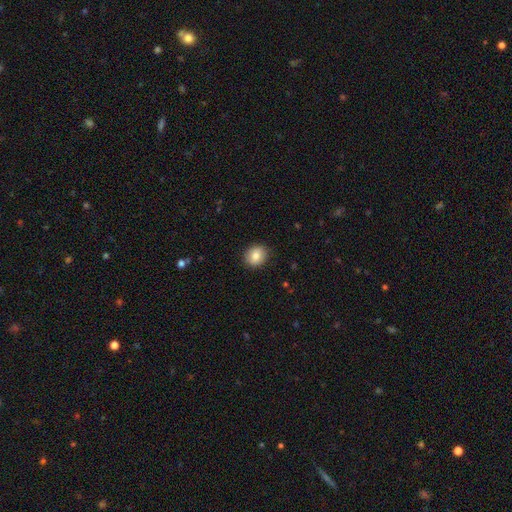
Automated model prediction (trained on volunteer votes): Smooth or featured?
  - smooth: 83% *
  - star or artifact: 9%
  - featured or disk: 8%
How rounded?
  - round: 68% *
  - in between: 31%
  - cigar-shaped: 1%
Merging?
  - none: 88% *
  - minor disturbance: 9%
  - major disturbance: 2%
  - merger: 1%